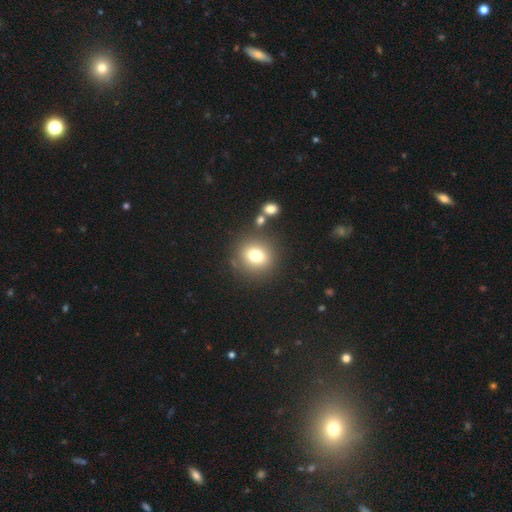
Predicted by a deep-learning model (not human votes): Q: Smooth or featured?
A: smooth (75%); runner-up: star or artifact (14%)
Q: How rounded?
A: round (83%); runner-up: in between (16%)
Q: Merging?
A: none (81%); runner-up: minor disturbance (9%)